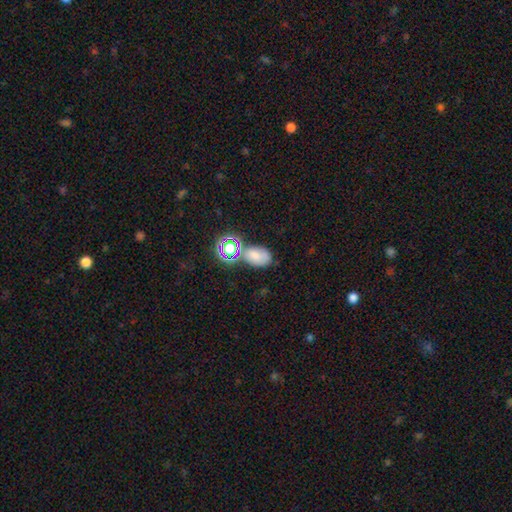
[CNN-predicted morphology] Smooth or featured?
  - smooth: 65% *
  - star or artifact: 22%
  - featured or disk: 12%
How rounded?
  - in between: 84% *
  - round: 15%
  - cigar-shaped: 2%
Merging?
  - none: 55% *
  - merger: 19%
  - minor disturbance: 19%
  - major disturbance: 8%